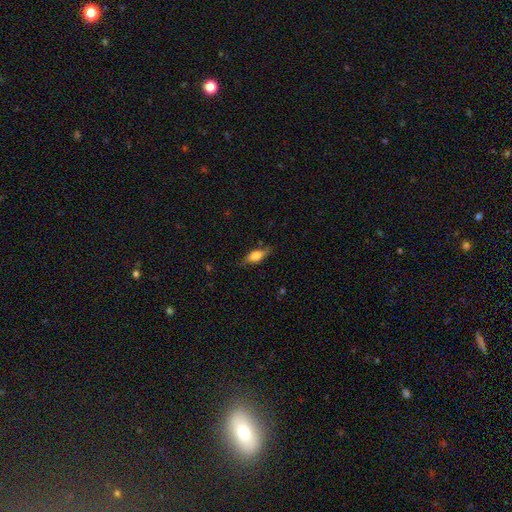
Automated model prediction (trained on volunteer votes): A smooth galaxy with no disk features (61%) that is in between round and cigar-shaped (70%). Merging: none (74%).